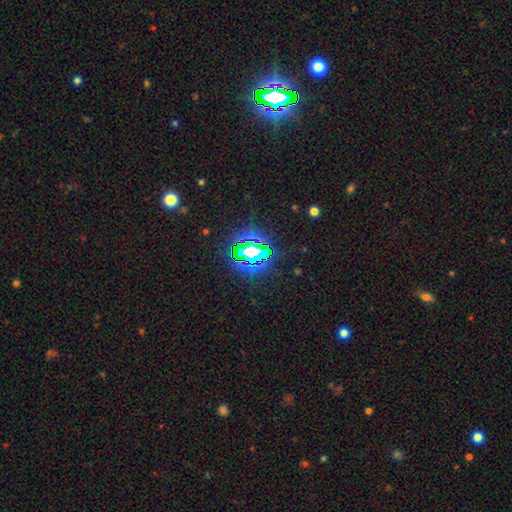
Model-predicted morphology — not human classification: Q: Smooth or featured?
A: star or artifact (72%); runner-up: smooth (15%)